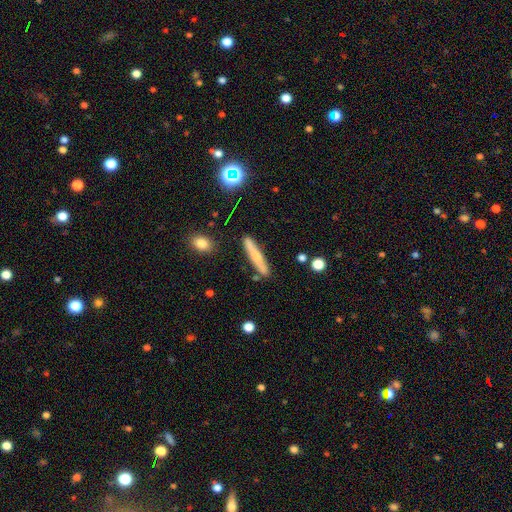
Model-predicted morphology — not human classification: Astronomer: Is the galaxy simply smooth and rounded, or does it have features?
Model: smooth — 57% (runner-up: featured or disk, 34%).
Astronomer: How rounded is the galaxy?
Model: cigar-shaped — 91%.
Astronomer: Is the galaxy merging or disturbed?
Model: none — 83%.